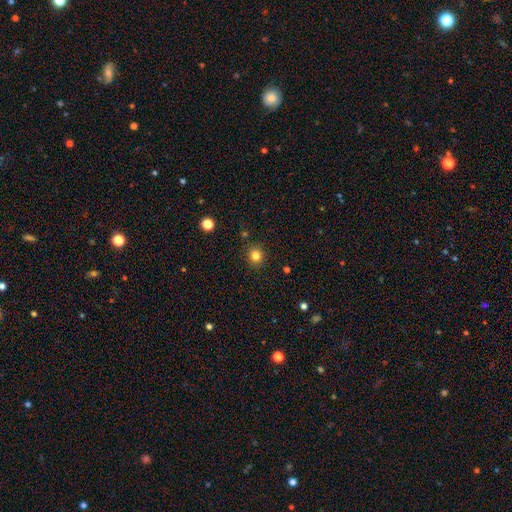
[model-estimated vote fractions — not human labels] The model was most divided on "how rounded": round: 84%, in between: 15%, cigar-shaped: 1%. More confident: merging — none (88%); smooth or featured — smooth (82%).